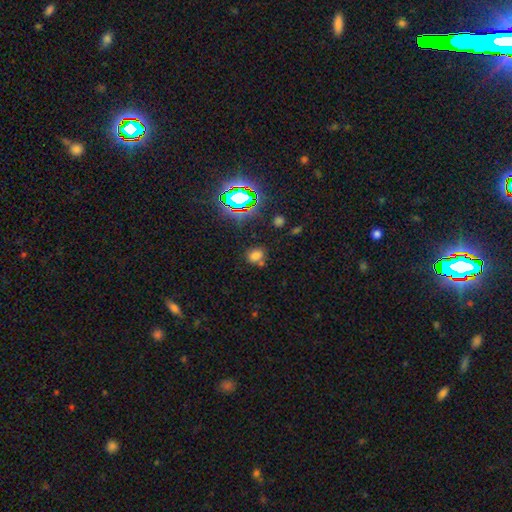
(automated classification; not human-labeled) Overall: smooth (66%). How rounded: in between (53%; round 45%). Merging: none (66%).